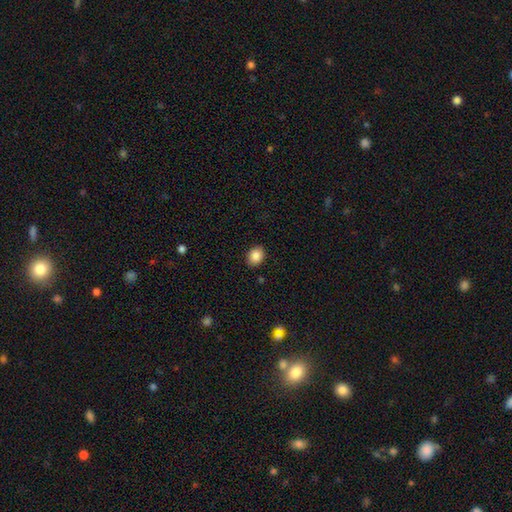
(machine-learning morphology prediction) The model was most divided on "how rounded": in between: 51%, round: 48%, cigar-shaped: 1%. More confident: merging — none (89%); smooth or featured — smooth (86%).